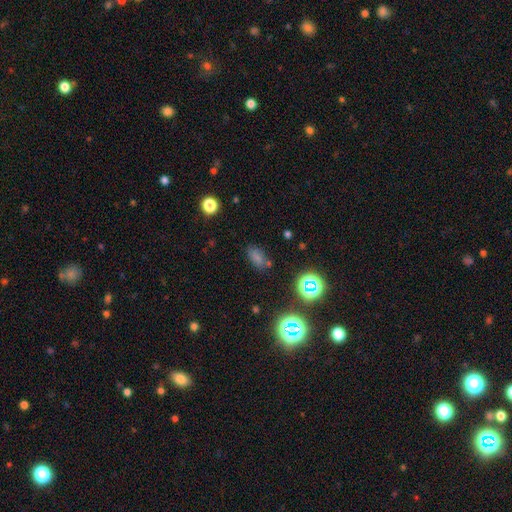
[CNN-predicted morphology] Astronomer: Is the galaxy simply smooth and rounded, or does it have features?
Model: smooth — 62%.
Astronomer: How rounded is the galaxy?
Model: in between — 82%.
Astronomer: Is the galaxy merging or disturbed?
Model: none — 74%.